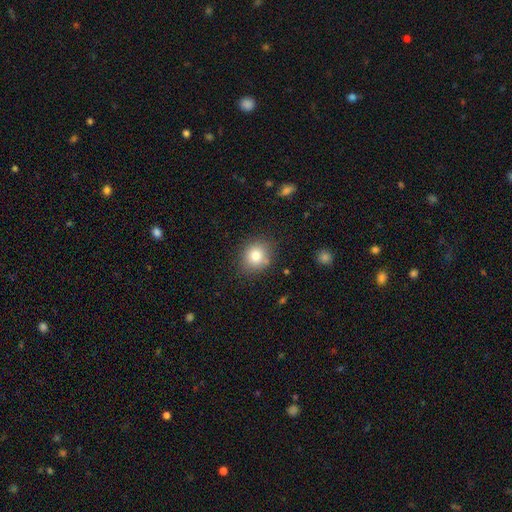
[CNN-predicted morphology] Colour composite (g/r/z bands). It shows a smooth galaxy with no disk features (80%) that is round (76%). Merging: none (82%).